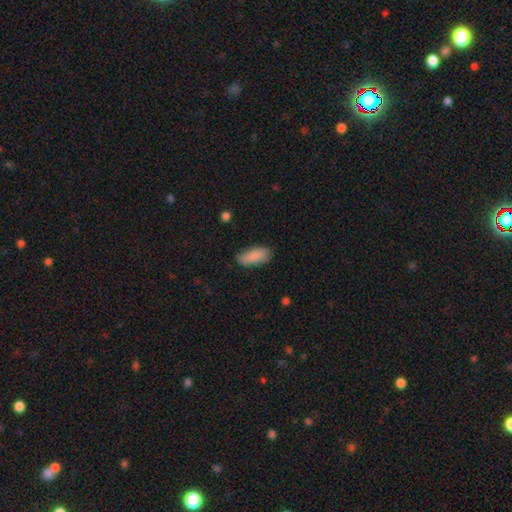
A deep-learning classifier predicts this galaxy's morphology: Smooth or featured: smooth — 88% (star or artifact — 6%)
How rounded: in between — 82% (cigar-shaped — 16%)
Merging: none — 80% (minor disturbance — 16%)